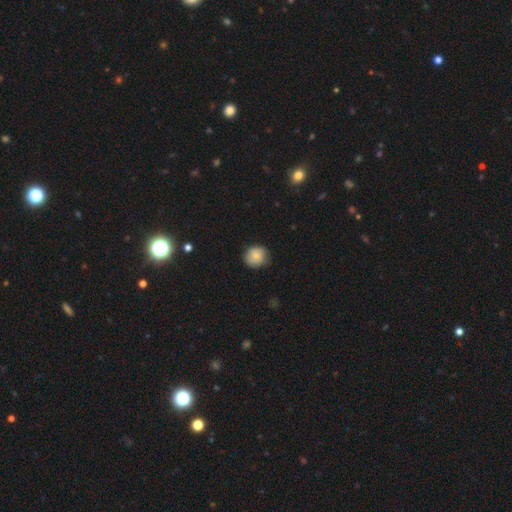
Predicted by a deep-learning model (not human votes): smooth 80%, featured or disk 12%, star or artifact 8%. Down the decision tree: how rounded — round (86%); merging — none (78%).